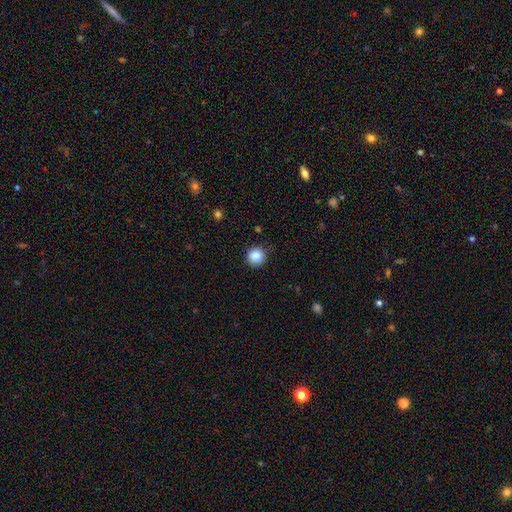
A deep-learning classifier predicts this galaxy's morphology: A smooth galaxy with no disk features (87%) that is round (93%).

Vote fractions:
- Smooth or featured? smooth: 87% / star or artifact: 10% / featured or disk: 4%
- How rounded? round: 93% / in between: 6% / cigar-shaped: 1%
- Merging? none: 85% / minor disturbance: 11% / major disturbance: 3% / merger: 1%